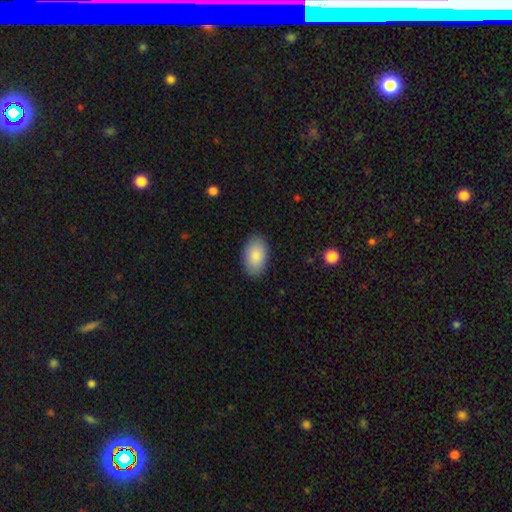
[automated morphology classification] type=smooth (88%); roundness=in between (93%); merging=none (87%).